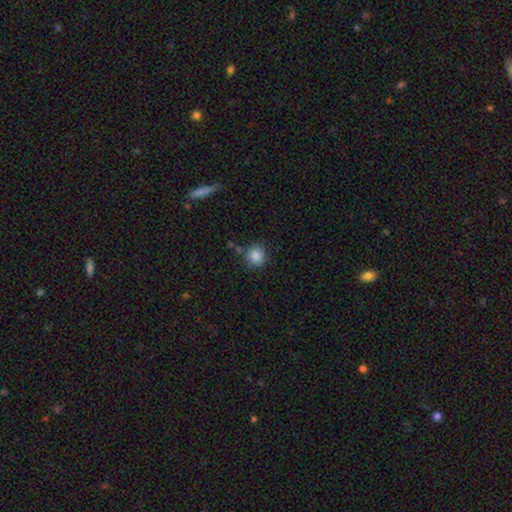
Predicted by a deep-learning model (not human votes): Morphology: type=smooth (86%); roundness=round (90%); merging=none (78%).